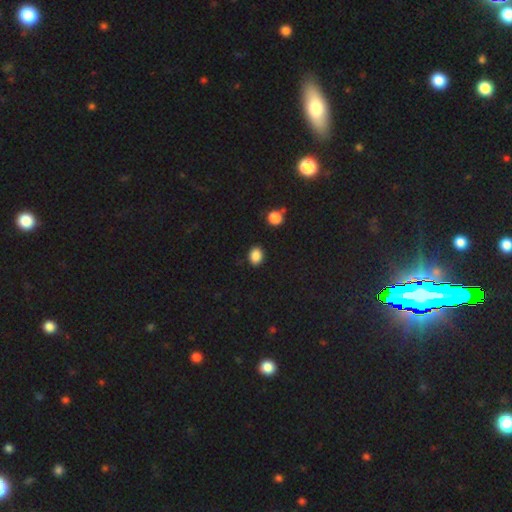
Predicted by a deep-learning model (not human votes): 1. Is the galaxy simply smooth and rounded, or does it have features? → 87% smooth, 10% star or artifact, 3% featured or disk.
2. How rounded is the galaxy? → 55% in between, 44% round, 1% cigar-shaped.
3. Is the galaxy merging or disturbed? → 88% none, 8% minor disturbance, 2% major disturbance, 2% merger.